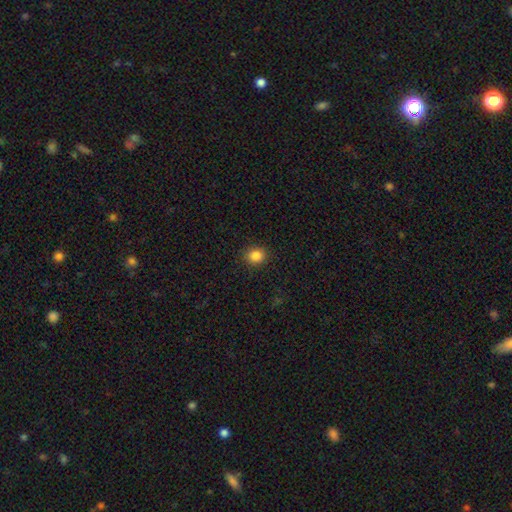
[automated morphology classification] Smooth or featured? Predicted: smooth (p=0.86). How rounded? Predicted: round (p=0.76). Merging? Predicted: none (p=0.90).